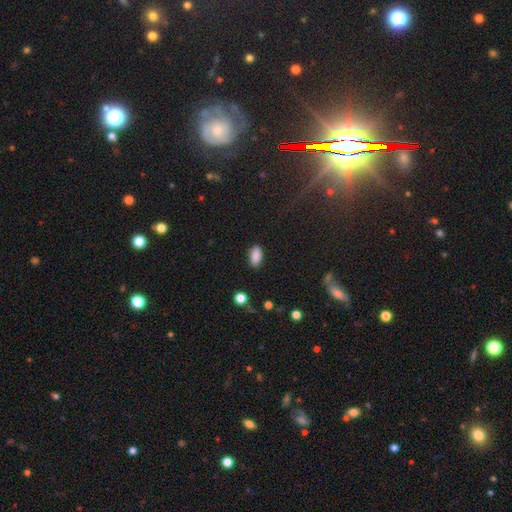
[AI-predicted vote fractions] A smooth galaxy with no disk features (88%) that is in between round and cigar-shaped (92%).

Vote fractions:
- Smooth or featured? smooth: 88% / star or artifact: 8% / featured or disk: 4%
- How rounded? in between: 92% / cigar-shaped: 4% / round: 4%
- Merging? none: 85% / minor disturbance: 11% / major disturbance: 2% / merger: 1%